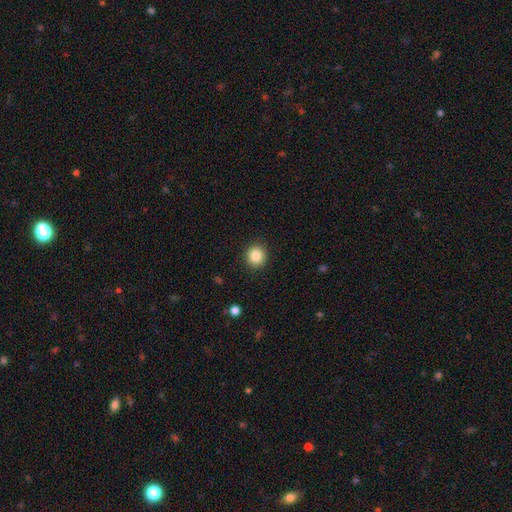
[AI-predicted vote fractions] Overall: smooth (85%). How rounded: round (92%). Merging: none (91%).